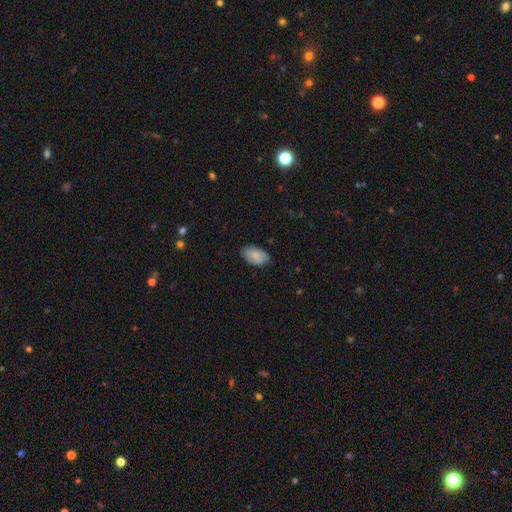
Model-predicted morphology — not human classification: The model was most divided on "merging": none: 83%, minor disturbance: 13%, major disturbance: 2%, merger: 1%. More confident: how rounded — in between (95%); smooth or featured — smooth (83%).